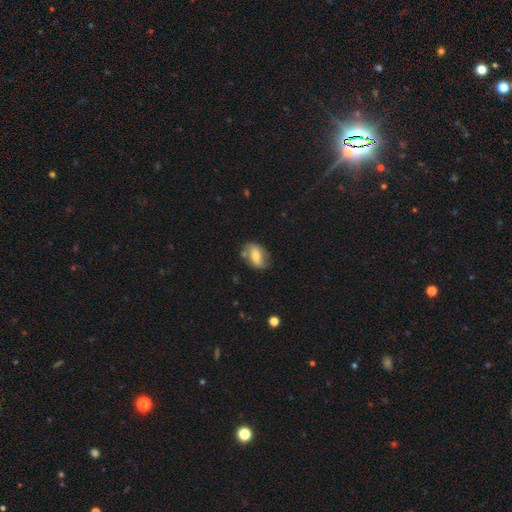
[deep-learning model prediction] smooth 56%, featured or disk 37%, star or artifact 8%. Down the decision tree: how rounded — in between (82%); merging — none (62%).